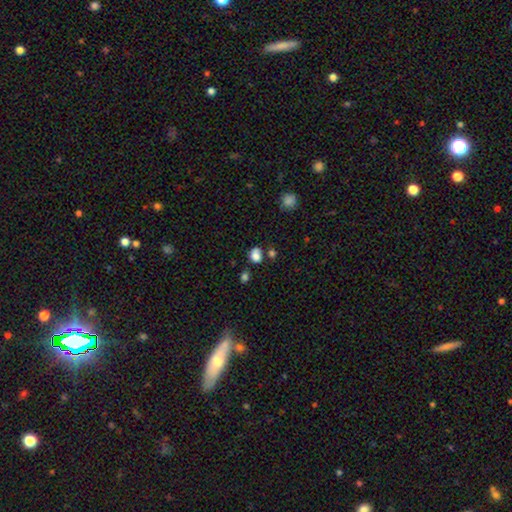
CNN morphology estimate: smooth-or-featured: smooth: 80% | star or artifact: 13% | featured or disk: 7%
  how-rounded: in between: 52% | round: 47% | cigar-shaped: 1%
  merging: none: 56% | minor disturbance: 21% | merger: 16% | major disturbance: 7%